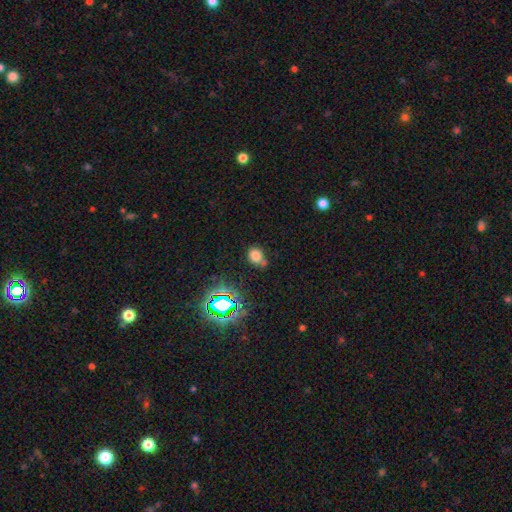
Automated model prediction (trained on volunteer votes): This is likely a smooth galaxy (71%). How rounded: possibly round (56%). Merging: possibly none (55%).